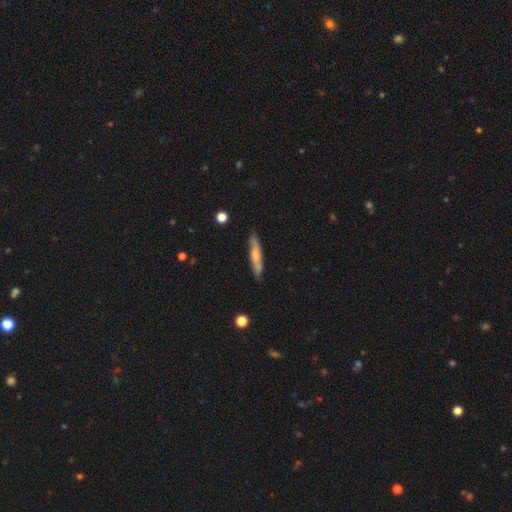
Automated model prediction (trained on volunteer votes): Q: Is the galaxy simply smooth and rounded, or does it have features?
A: smooth — 63%.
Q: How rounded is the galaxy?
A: cigar-shaped — 90%.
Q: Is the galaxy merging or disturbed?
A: none — 86%.